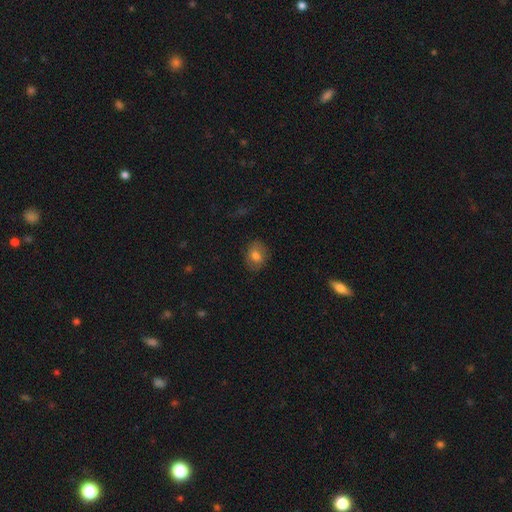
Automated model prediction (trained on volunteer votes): Overall: smooth (75%). How rounded: in between (52%; round 47%). Merging: none (82%).